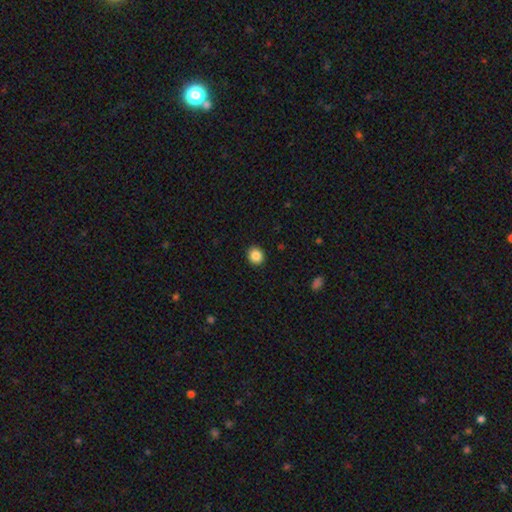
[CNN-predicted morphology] Smooth or featured? smooth (86%)
How rounded? round (86%)
Merging? none (92%)